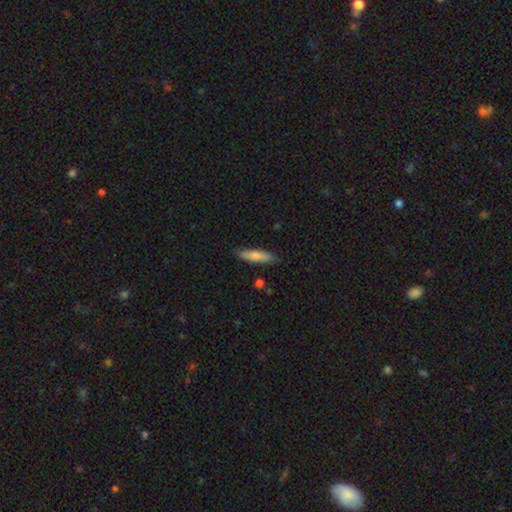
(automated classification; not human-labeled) smooth 78%, featured or disk 17%, star or artifact 6%. Down the decision tree: how rounded — cigar-shaped (74%); merging — none (85%).